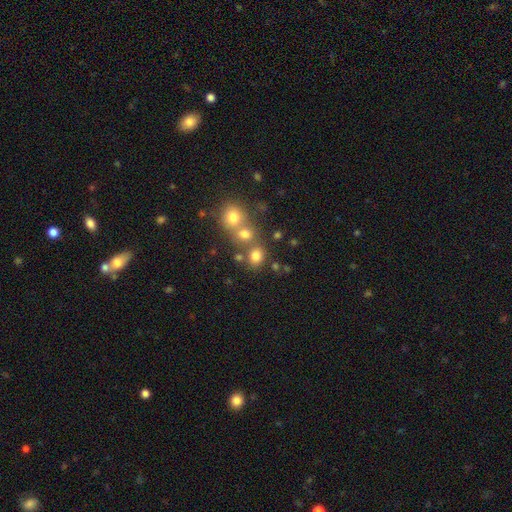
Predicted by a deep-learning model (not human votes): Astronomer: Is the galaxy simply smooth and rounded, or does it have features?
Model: smooth — 75%.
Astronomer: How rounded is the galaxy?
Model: round — 69%.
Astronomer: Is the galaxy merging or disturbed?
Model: none — 56%.